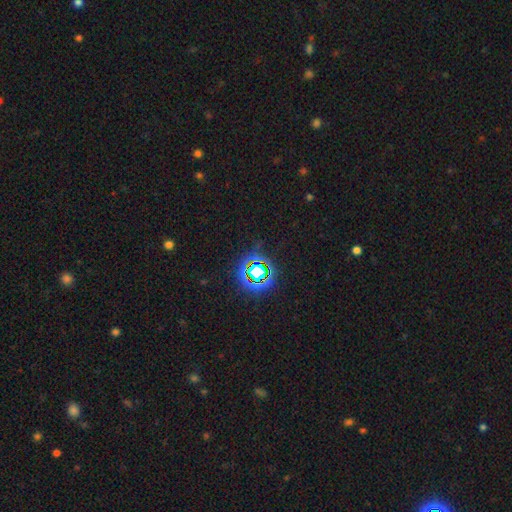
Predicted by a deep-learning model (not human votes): Q: Smooth or featured?
A: star or artifact (78%); runner-up: smooth (15%)